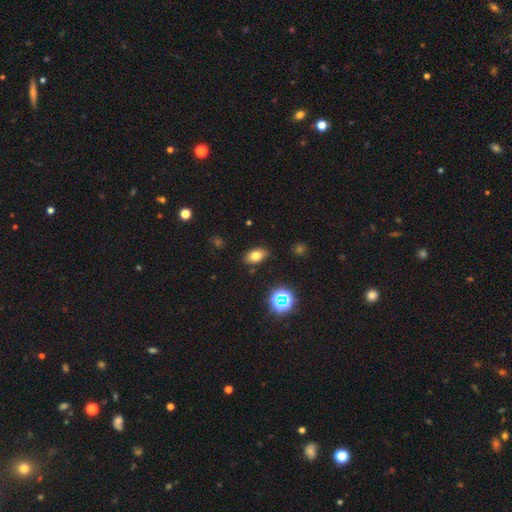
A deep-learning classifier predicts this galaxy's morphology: A smooth galaxy with no disk features (73%) that is in between round and cigar-shaped (87%). Merging: none (86%).